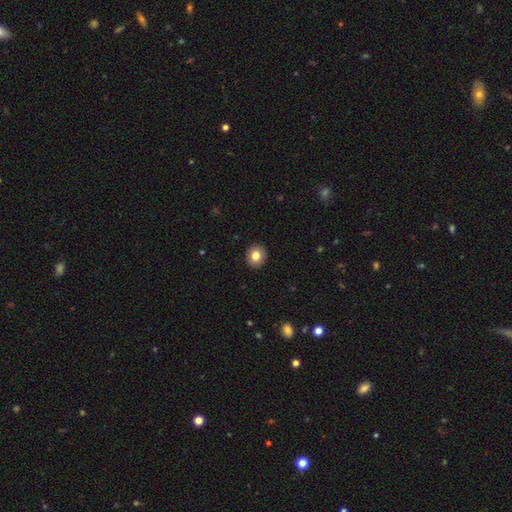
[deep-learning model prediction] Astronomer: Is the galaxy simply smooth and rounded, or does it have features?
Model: smooth — 82%.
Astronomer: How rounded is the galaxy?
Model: round — 79%.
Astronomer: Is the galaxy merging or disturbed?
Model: none — 92%.